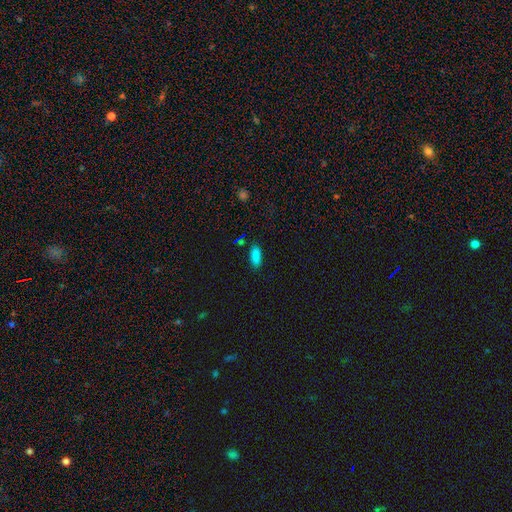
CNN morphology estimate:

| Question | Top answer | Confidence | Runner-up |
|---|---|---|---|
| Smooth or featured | smooth | 84% | star or artifact (12%) |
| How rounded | in between | 79% | cigar-shaped (18%) |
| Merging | none | 85% | minor disturbance (10%) |